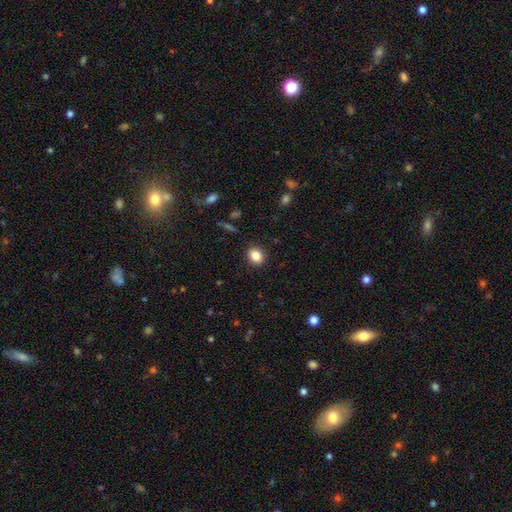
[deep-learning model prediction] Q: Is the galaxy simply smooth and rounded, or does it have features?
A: smooth — 85%.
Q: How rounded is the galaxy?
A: round — 59%.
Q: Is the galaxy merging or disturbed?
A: none — 90%.